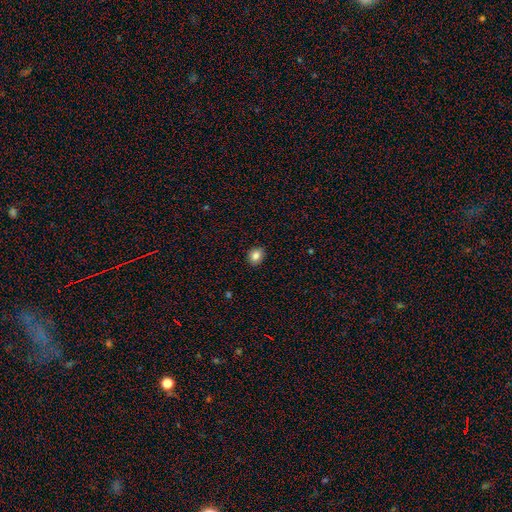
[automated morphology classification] This appears to be a smooth galaxy with no disk features (85%) that is round (59%). Merging: none (89%).